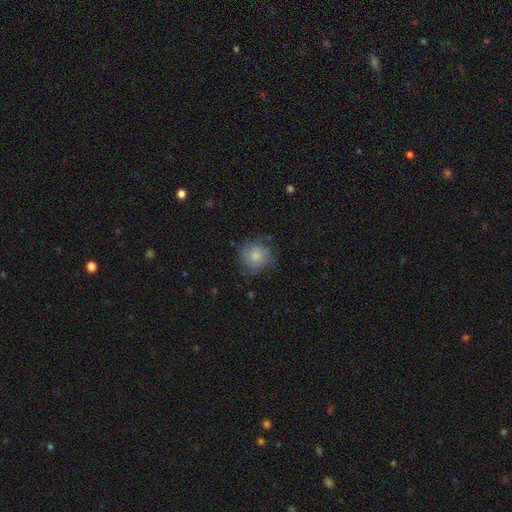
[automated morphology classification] Smooth or featured?
  - smooth: 71% *
  - featured or disk: 21%
  - star or artifact: 8%
How rounded?
  - round: 87% *
  - in between: 12%
  - cigar-shaped: 1%
Merging?
  - none: 65% *
  - minor disturbance: 24%
  - major disturbance: 10%
  - merger: 1%